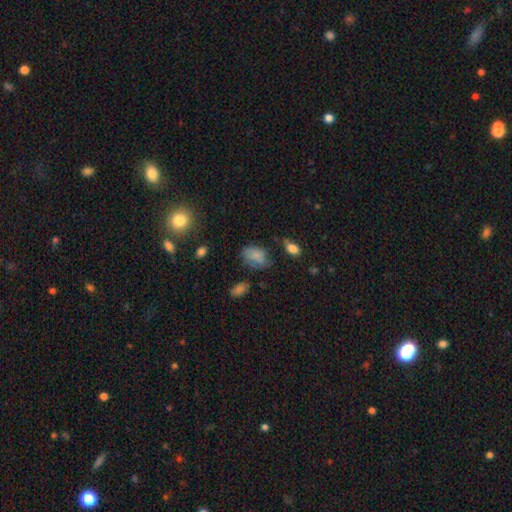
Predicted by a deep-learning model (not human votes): The model was most divided on "merging": none: 48%, minor disturbance: 32%, major disturbance: 16%, merger: 4%. More confident: how rounded — in between (82%); smooth or featured — smooth (71%).